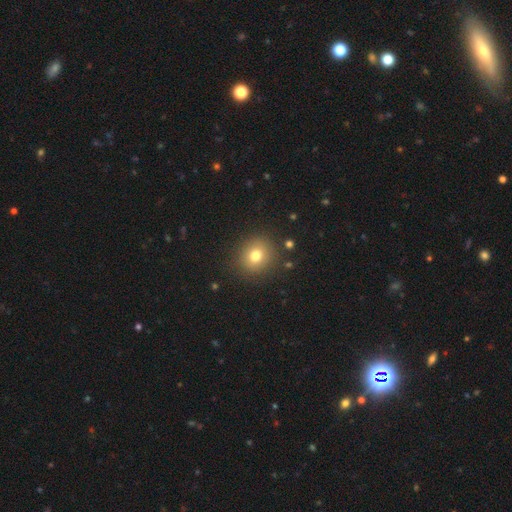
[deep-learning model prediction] The model was most divided on "smooth or featured": smooth: 76%, star or artifact: 14%, featured or disk: 10%. More confident: merging — none (88%); how rounded — round (85%).